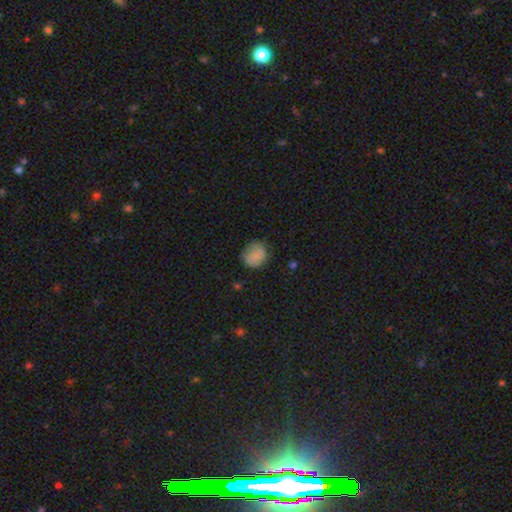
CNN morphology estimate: type=smooth (80%); roundness=round (72%); merging=none (66%).